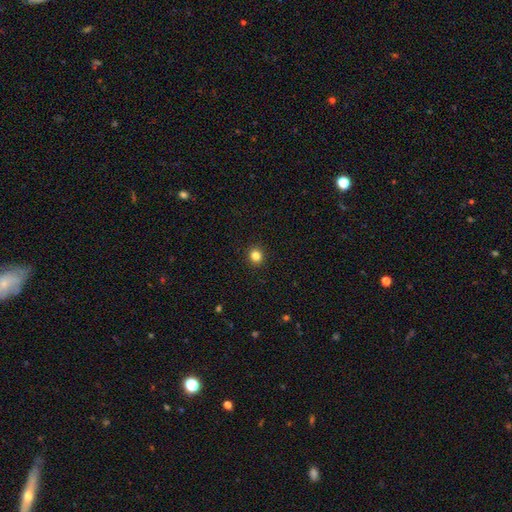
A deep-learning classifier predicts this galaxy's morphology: This appears to be a smooth galaxy with no disk features (84%) that is round (89%). Merging: none (93%).